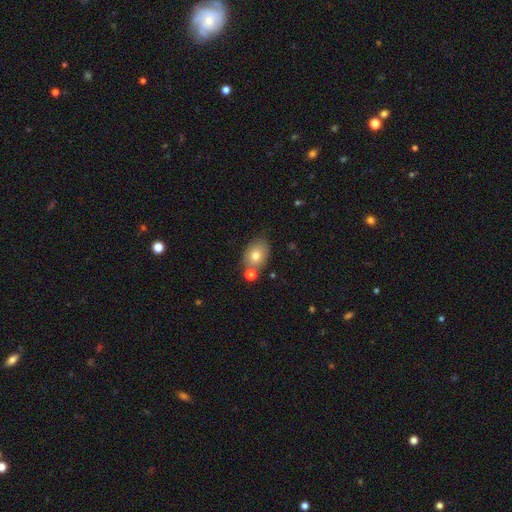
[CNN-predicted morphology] Smooth or featured: smooth — 76% (featured or disk — 14%)
How rounded: in between — 76% (round — 23%)
Merging: none — 67% (merger — 15%)